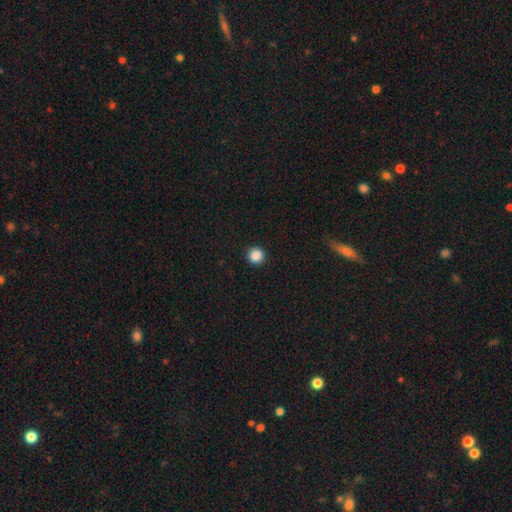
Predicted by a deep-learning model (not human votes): Smooth or featured?
  - smooth: 87% *
  - star or artifact: 10%
  - featured or disk: 3%
How rounded?
  - round: 95% *
  - in between: 4%
  - cigar-shaped: 1%
Merging?
  - none: 93% *
  - minor disturbance: 4%
  - major disturbance: 2%
  - merger: 1%